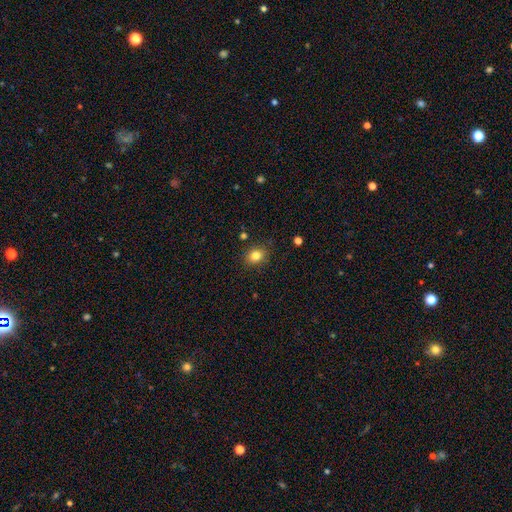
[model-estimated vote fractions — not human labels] smooth_or_featured: smooth (p=0.82) [alt: star or artifact p=0.11]
how_rounded: in between (p=0.51) [alt: round p=0.48]
merging: none (p=0.85) [alt: minor disturbance p=0.11]